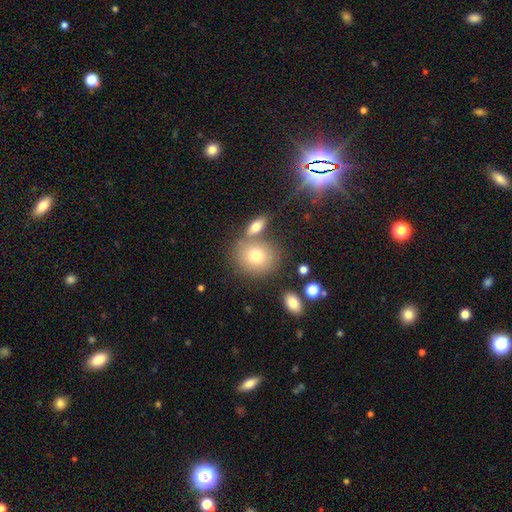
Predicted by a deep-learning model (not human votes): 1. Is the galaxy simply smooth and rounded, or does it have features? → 75% smooth, 14% featured or disk, 10% star or artifact.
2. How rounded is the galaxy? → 71% round, 27% in between, 1% cigar-shaped.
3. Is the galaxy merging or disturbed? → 63% none, 21% merger, 12% minor disturbance, 4% major disturbance.